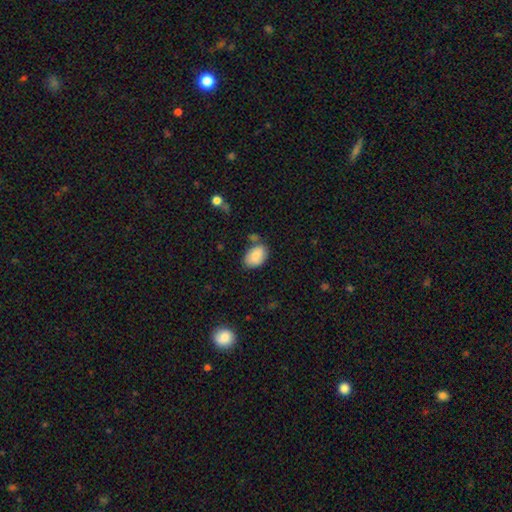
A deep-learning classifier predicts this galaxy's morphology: This appears to be a smooth galaxy with no disk features (84%) that is in between round and cigar-shaped (87%). Merging: none (65%).